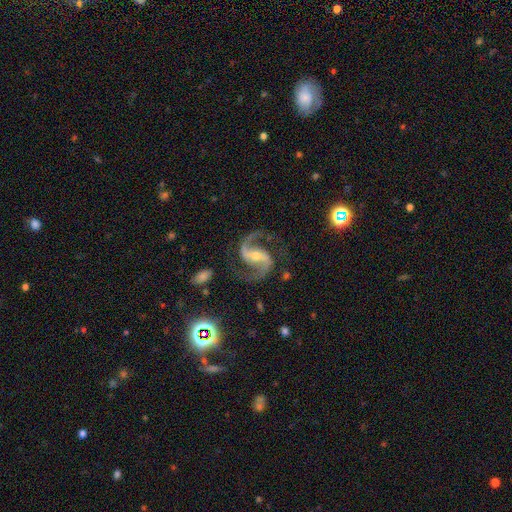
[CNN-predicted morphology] smooth_or_featured: featured or disk (p=0.92) [alt: star or artifact p=0.05]
disk_edge_on: no (p=0.98) [alt: yes p=0.02]
bar: strong (p=0.42) [alt: weak p=0.38]
has_spiral_arms: yes (p=0.98) [alt: no p=0.02]
spiral_winding: medium (p=0.60) [alt: loose p=0.31]
spiral_arm_count: 2 (p=0.94) [alt: can't tell p=0.01]
bulge_size: small (p=0.50) [alt: moderate p=0.43]
merging: none (p=0.79) [alt: minor disturbance p=0.12]